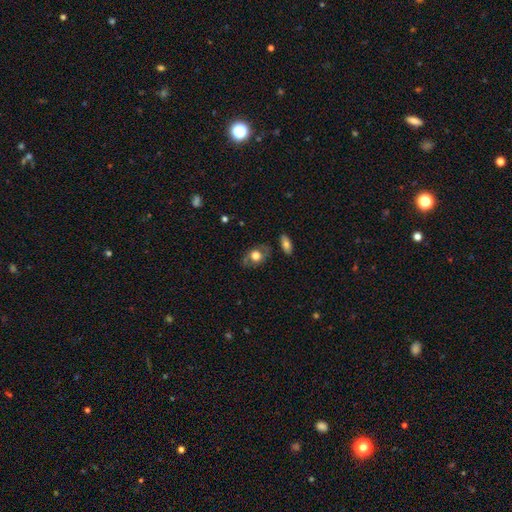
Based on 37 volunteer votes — Volunteers were most divided on "smooth or featured": smooth: 51%, featured or disk: 43%, star or artifact: 5%. More confident: merging — none (69%); how rounded — in between (63%).